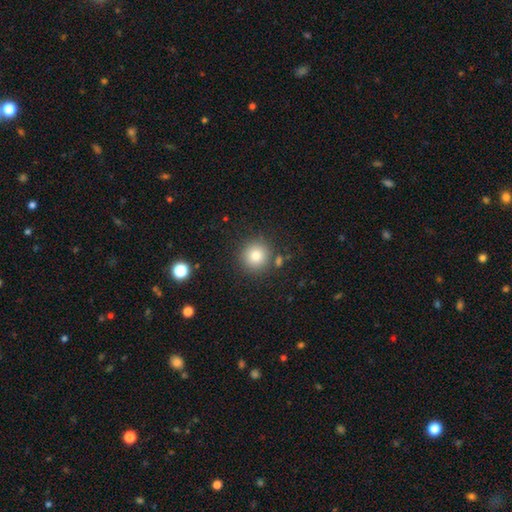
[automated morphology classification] Overall: smooth (81%). How rounded: round (94%). Merging: none (84%).